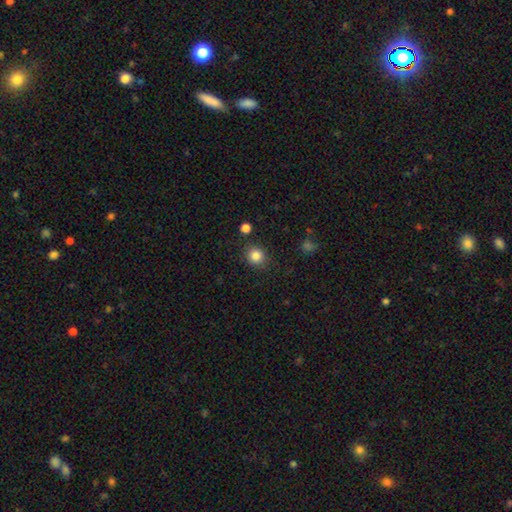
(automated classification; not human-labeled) Smooth or featured?
  - smooth: 85% *
  - star or artifact: 11%
  - featured or disk: 4%
How rounded?
  - round: 85% *
  - in between: 14%
  - cigar-shaped: 1%
Merging?
  - none: 86% *
  - minor disturbance: 9%
  - major disturbance: 3%
  - merger: 3%